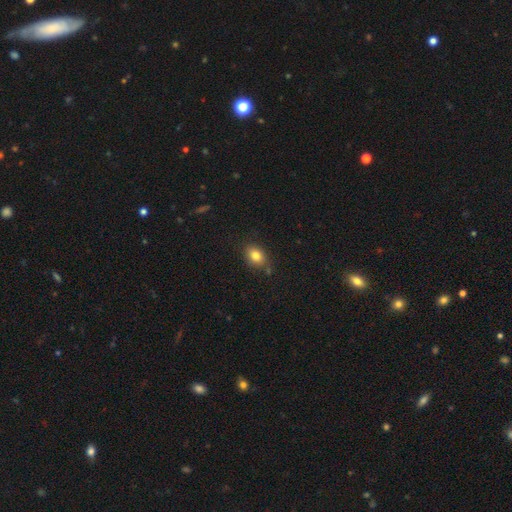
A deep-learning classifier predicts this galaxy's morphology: The model was most divided on "how rounded": in between: 69%, round: 29%, cigar-shaped: 1%. More confident: smooth or featured — smooth (81%); merging — none (78%).